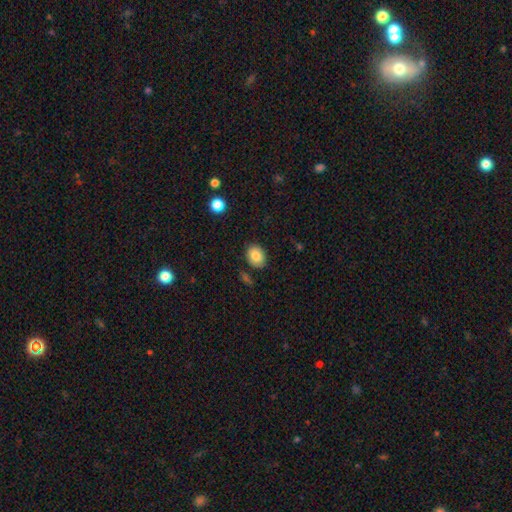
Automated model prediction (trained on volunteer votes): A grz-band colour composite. It shows a smooth galaxy with no disk features (85%) that is in between round and cigar-shaped (57%). Merging: none (85%).